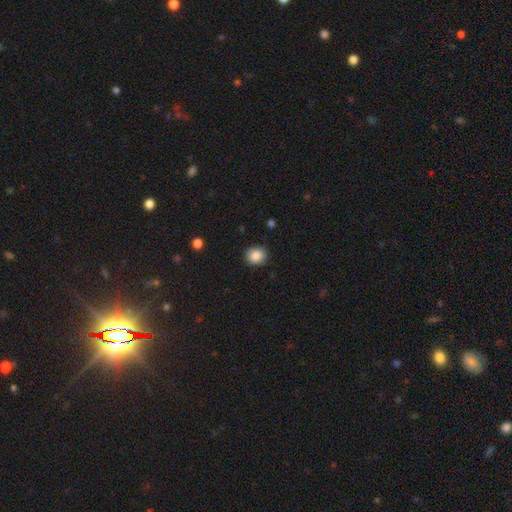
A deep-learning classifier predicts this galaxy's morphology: Smooth or featured: smooth — 86% (star or artifact — 9%)
How rounded: round — 79% (in between — 20%)
Merging: none — 90% (minor disturbance — 7%)